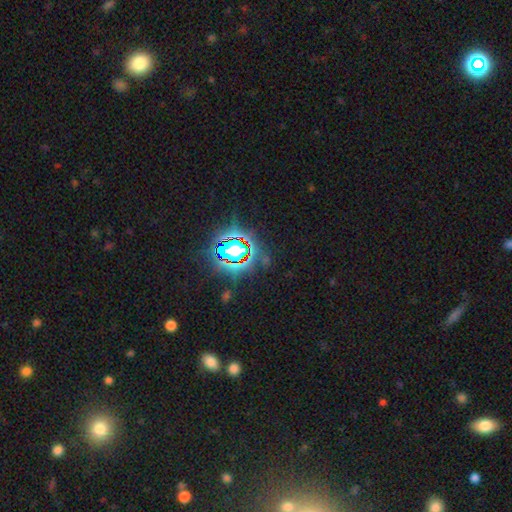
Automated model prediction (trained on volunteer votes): This appears to be a star or artifact, not a galaxy (81%).